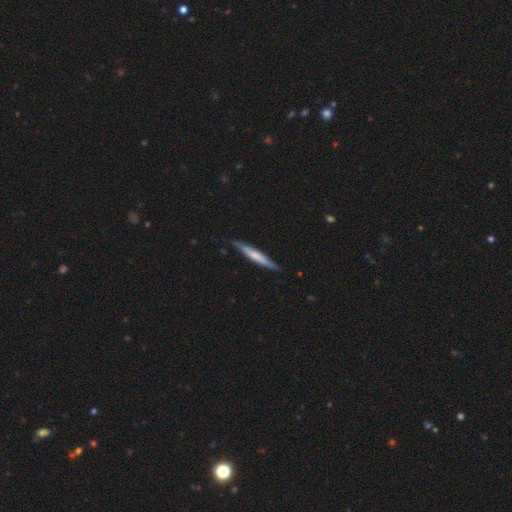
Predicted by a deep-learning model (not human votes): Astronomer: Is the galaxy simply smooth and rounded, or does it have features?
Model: smooth — 49% (runner-up: featured or disk, 46%).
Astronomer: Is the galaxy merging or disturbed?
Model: none — 85%.